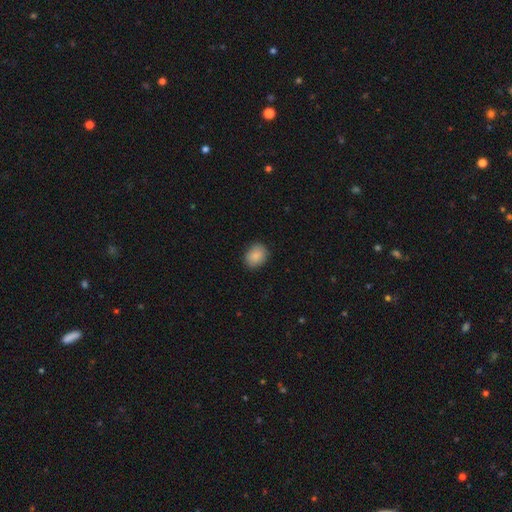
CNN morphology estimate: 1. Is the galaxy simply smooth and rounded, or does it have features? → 88% smooth, 7% star or artifact, 5% featured or disk.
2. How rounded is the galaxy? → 55% in between, 44% round, 1% cigar-shaped.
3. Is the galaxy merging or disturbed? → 85% none, 11% minor disturbance, 3% major disturbance, 1% merger.